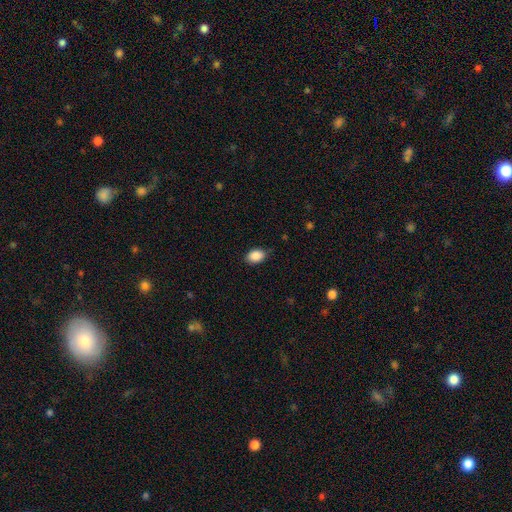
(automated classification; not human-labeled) This is clearly a smooth galaxy (89%). How rounded: clearly in between (83%). Merging: clearly none (86%).